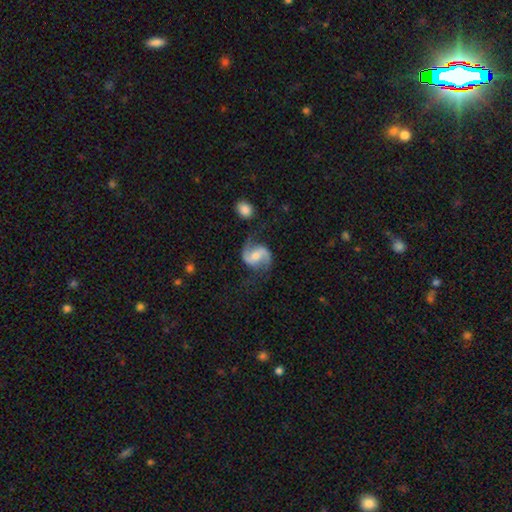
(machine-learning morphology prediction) type=featured or disk (85%); edge-on=no (98%); bar=weak (41%); spiral arms=yes (97%); winding=loose (48%); arm count=2 (93%); bulge=moderate (55%); merging=none (72%).